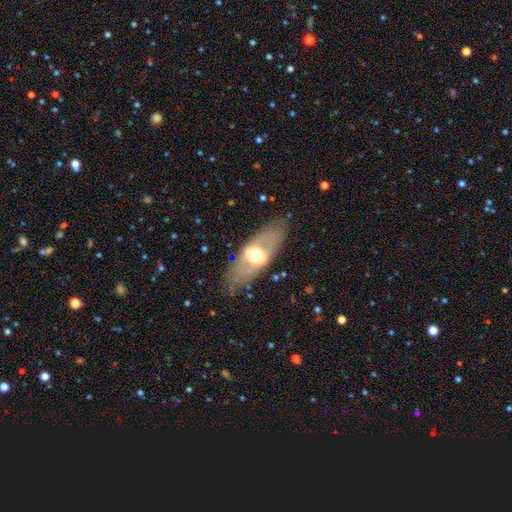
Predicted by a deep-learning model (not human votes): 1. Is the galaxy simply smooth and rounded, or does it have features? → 56% featured or disk, 38% smooth, 7% star or artifact.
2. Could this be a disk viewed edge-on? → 73% no, 27% yes.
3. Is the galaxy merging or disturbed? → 78% none, 14% minor disturbance, 6% major disturbance, 2% merger.